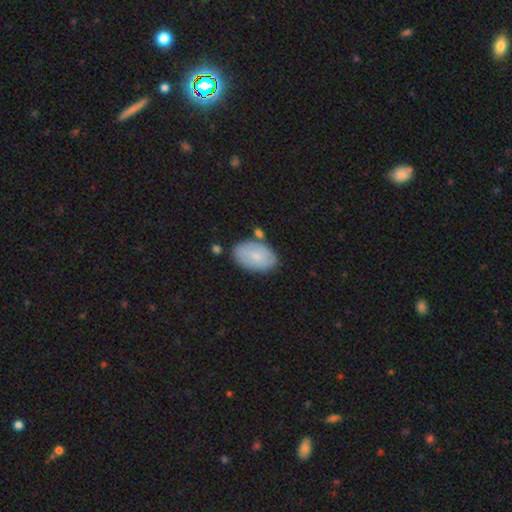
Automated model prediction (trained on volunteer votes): The model was most divided on "smooth or featured": smooth: 74%, featured or disk: 19%, star or artifact: 6%. More confident: how rounded — in between (92%); merging — none (72%).